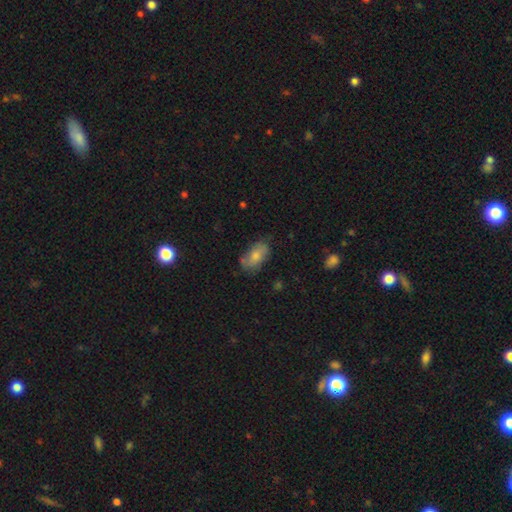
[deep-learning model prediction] Morphology: type=smooth (72%); roundness=in between (91%); merging=none (62%).